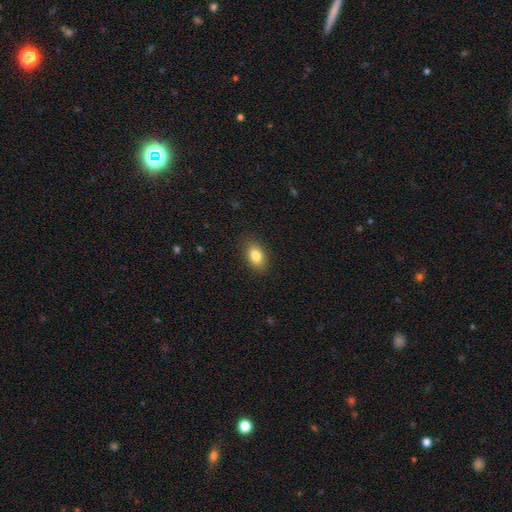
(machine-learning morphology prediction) Q: Smooth or featured?
A: smooth (83%); runner-up: star or artifact (9%)
Q: How rounded?
A: in between (84%); runner-up: round (14%)
Q: Merging?
A: none (87%); runner-up: minor disturbance (9%)